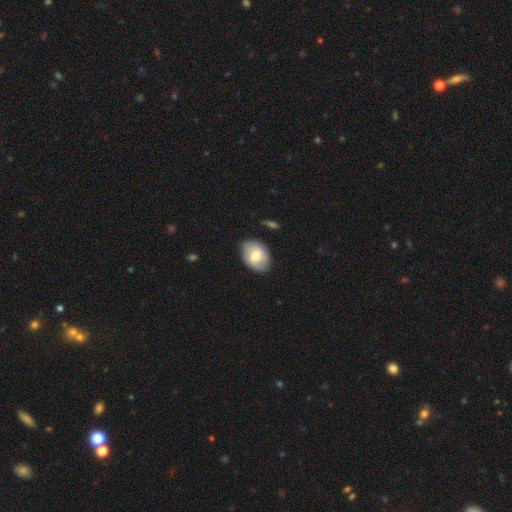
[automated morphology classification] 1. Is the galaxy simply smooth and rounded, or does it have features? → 65% smooth, 29% featured or disk, 7% star or artifact.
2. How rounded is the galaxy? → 74% in between, 25% round, 1% cigar-shaped.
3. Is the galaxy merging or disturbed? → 80% none, 15% minor disturbance, 3% major disturbance, 2% merger.